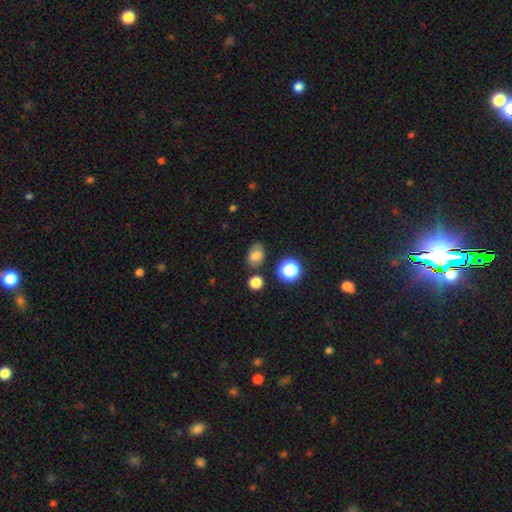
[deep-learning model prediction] This appears to be a smooth galaxy with no disk features (74%) that is in between round and cigar-shaped (75%). Merging: none (75%).